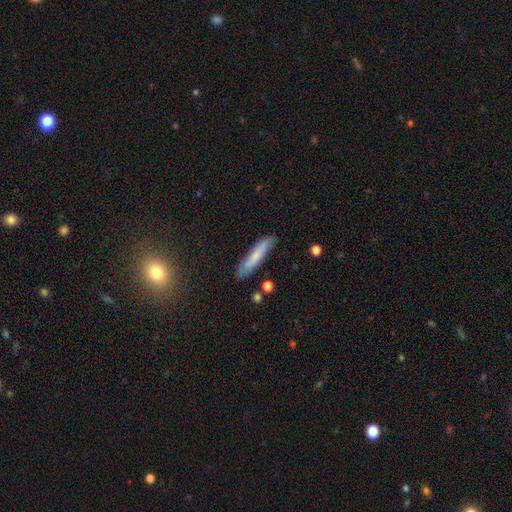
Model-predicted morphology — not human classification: A smooth galaxy with no disk features (70%) that is cigar-shaped (89%). Merging: none (84%).